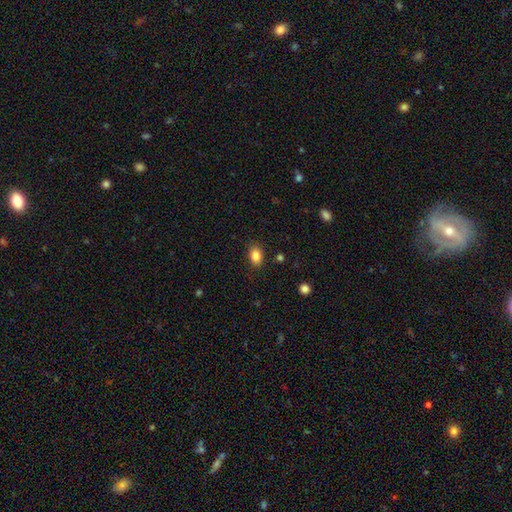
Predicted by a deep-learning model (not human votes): Overall: smooth (86%). How rounded: in between (79%). Merging: none (86%).